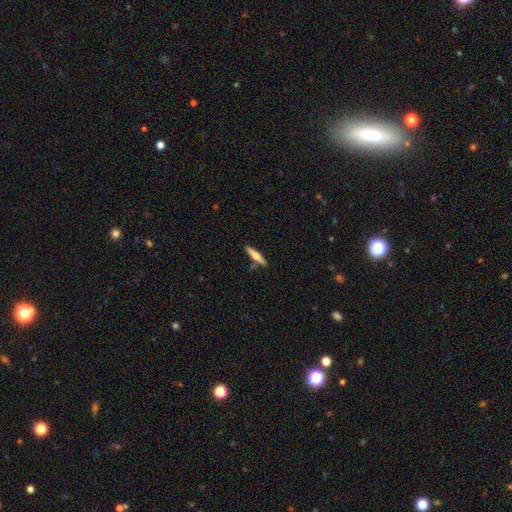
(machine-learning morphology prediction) smooth 49%, featured or disk 46%, star or artifact 6%. Down the decision tree: merging — none (82%).